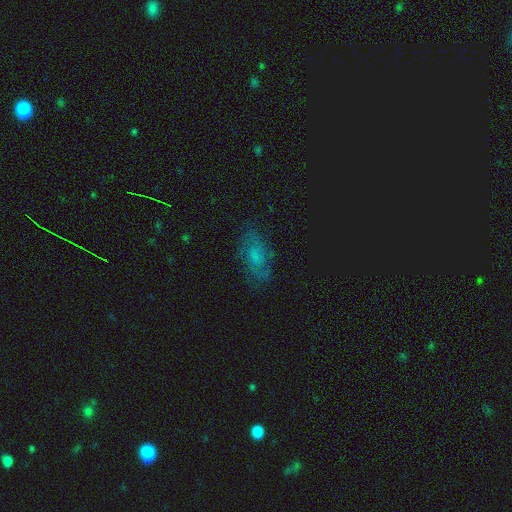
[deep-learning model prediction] The model was most divided on "smooth or featured": featured or disk: 42%, smooth: 38%, star or artifact: 20%. More confident: merging — none (73%).